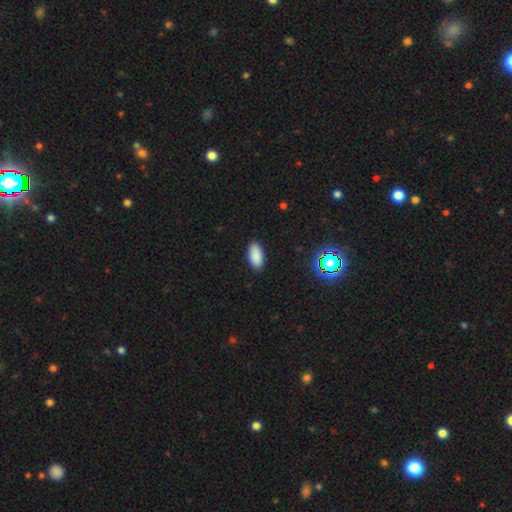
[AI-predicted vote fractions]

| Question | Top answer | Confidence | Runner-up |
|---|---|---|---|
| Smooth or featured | smooth | 88% | star or artifact (9%) |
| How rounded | in between | 93% | cigar-shaped (5%) |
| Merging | none | 89% | minor disturbance (8%) |